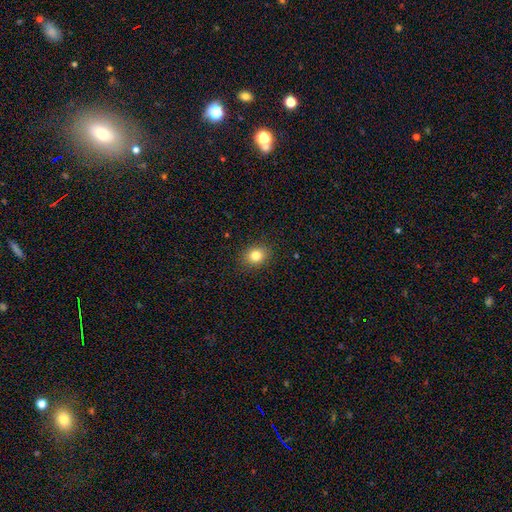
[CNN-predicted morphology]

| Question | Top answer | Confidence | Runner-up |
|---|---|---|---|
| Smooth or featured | smooth | 82% | star or artifact (12%) |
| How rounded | round | 66% | in between (33%) |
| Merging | none | 90% | minor disturbance (7%) |